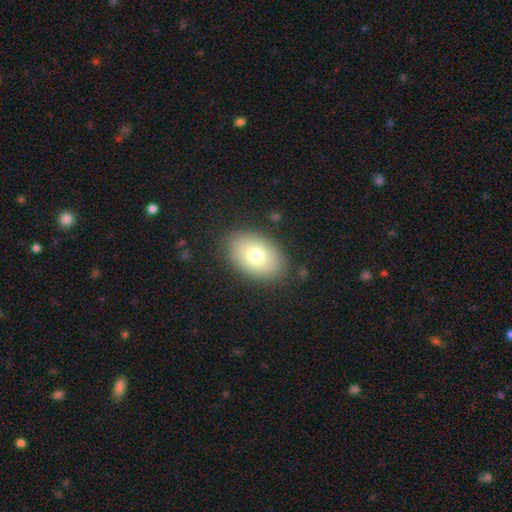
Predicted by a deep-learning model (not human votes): The model was most divided on "smooth or featured": smooth: 76%, featured or disk: 15%, star or artifact: 9%. More confident: merging — none (86%); how rounded — in between (85%).